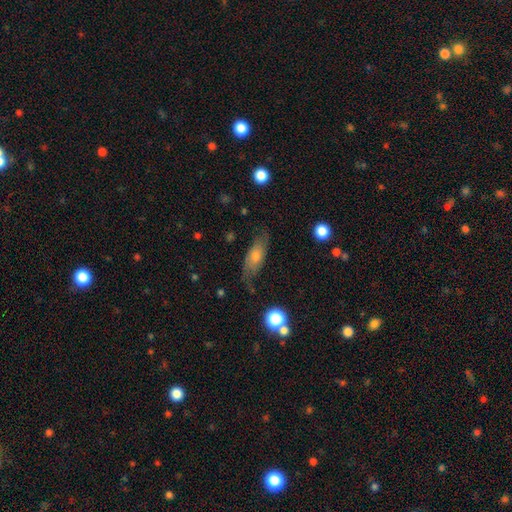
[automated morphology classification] A featured or disk galaxy (46%, tied with smooth). Merging: none (65%).